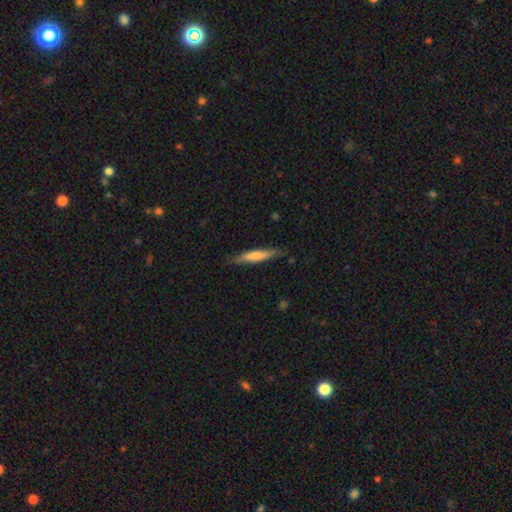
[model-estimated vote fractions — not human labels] Smooth or featured? smooth (65%)
How rounded? cigar-shaped (89%)
Merging? none (82%)